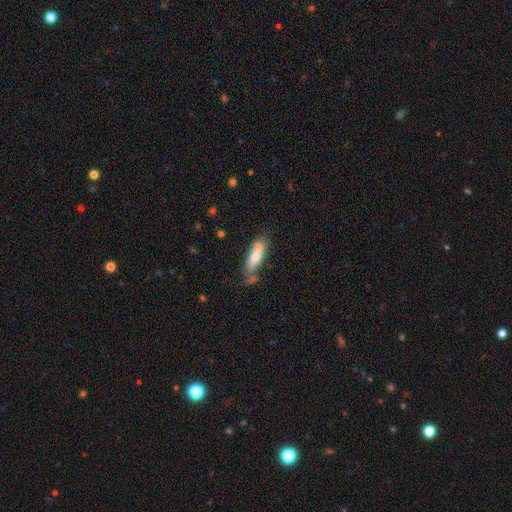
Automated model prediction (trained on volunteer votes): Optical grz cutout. It shows a smooth galaxy with no disk features (70%) that is cigar-shaped (53%). Merging: none (51%).